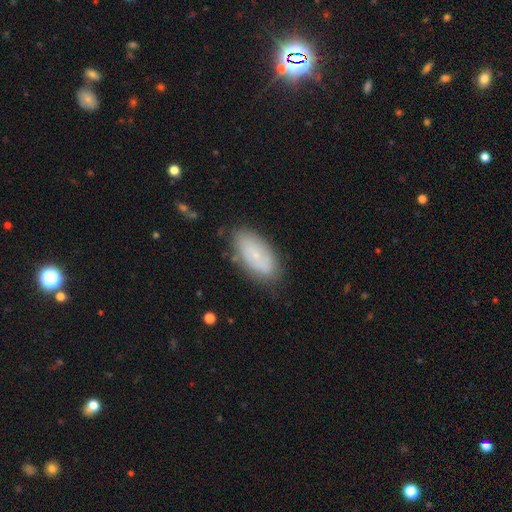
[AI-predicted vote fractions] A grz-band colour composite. It shows a smooth galaxy with no disk features (60%) that is in between round and cigar-shaped (92%). Merging: none (78%).